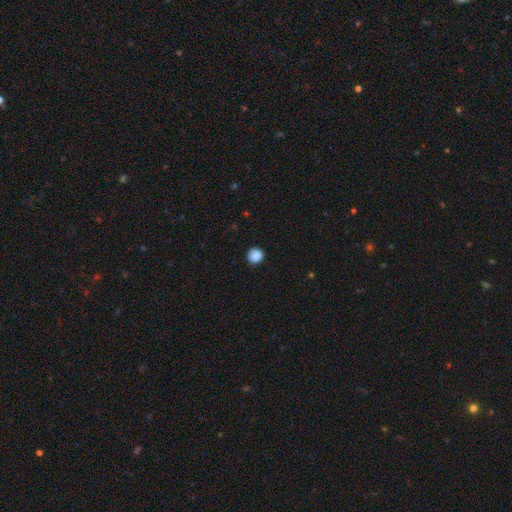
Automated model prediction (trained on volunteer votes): A smooth galaxy with no disk features (88%) that is round (92%).

Vote fractions:
- Smooth or featured? smooth: 88% / star or artifact: 9% / featured or disk: 3%
- How rounded? round: 92% / in between: 7% / cigar-shaped: 1%
- Merging? none: 88% / minor disturbance: 9% / major disturbance: 2% / merger: 1%